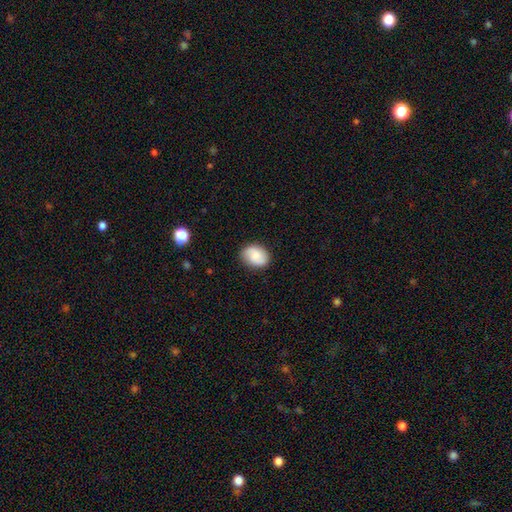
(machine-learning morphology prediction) smooth_or_featured: smooth (p=0.76) [alt: featured or disk p=0.17]
how_rounded: in between (p=0.61) [alt: round p=0.38]
merging: none (p=0.82) [alt: minor disturbance p=0.14]